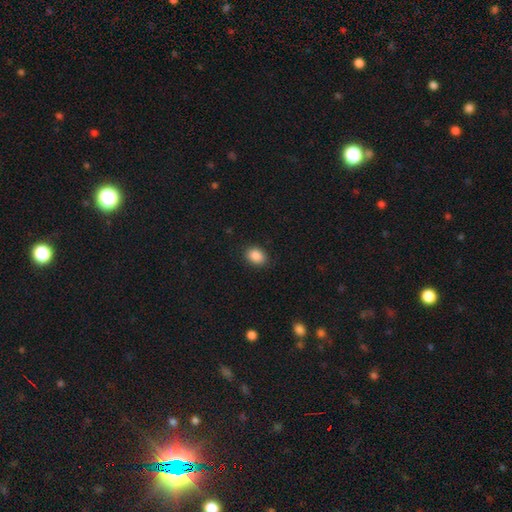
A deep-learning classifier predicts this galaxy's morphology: Q: Smooth or featured?
A: smooth (88%); runner-up: star or artifact (9%)
Q: How rounded?
A: in between (68%); runner-up: round (31%)
Q: Merging?
A: none (88%); runner-up: minor disturbance (9%)